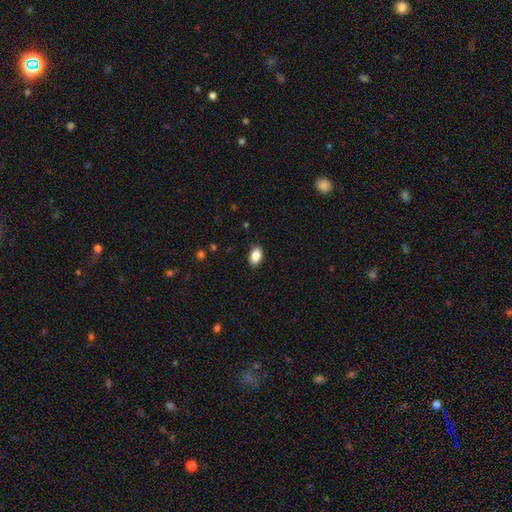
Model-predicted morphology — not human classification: A smooth galaxy with no disk features (87%) that is in between round and cigar-shaped (89%). Merging: none (88%).